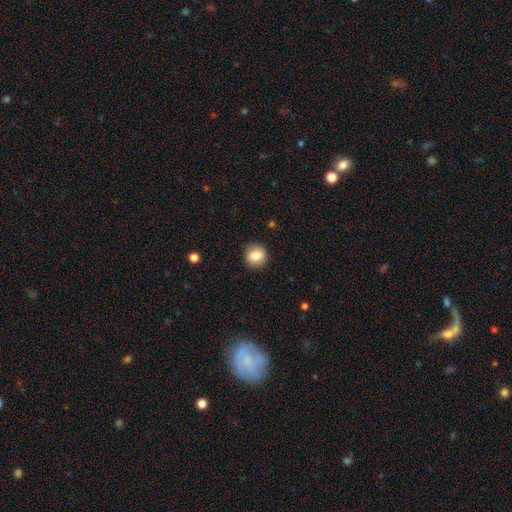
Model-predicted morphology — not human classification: The model was most divided on "how rounded": round: 86%, in between: 13%, cigar-shaped: 1%. More confident: merging — none (87%); smooth or featured — smooth (83%).